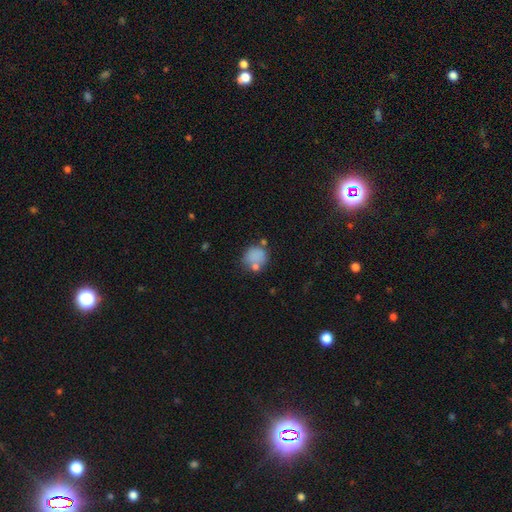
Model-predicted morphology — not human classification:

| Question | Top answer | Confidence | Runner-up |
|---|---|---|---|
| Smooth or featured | smooth | 78% | star or artifact (11%) |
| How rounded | round | 82% | in between (17%) |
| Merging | none | 59% | minor disturbance (17%) |